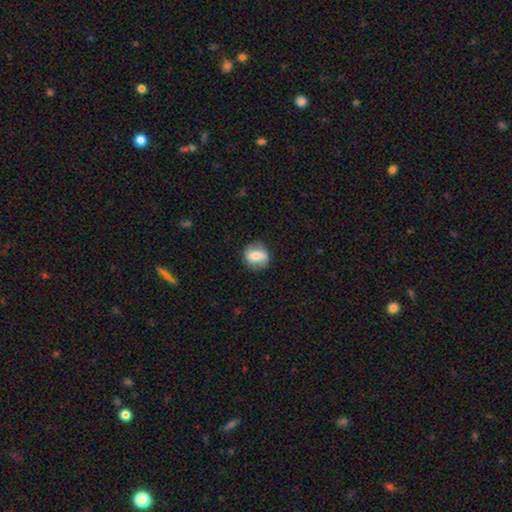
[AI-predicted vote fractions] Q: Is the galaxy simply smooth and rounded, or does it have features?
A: smooth — 59%.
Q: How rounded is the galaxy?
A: round — 73%.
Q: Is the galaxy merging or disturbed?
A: none — 82%.